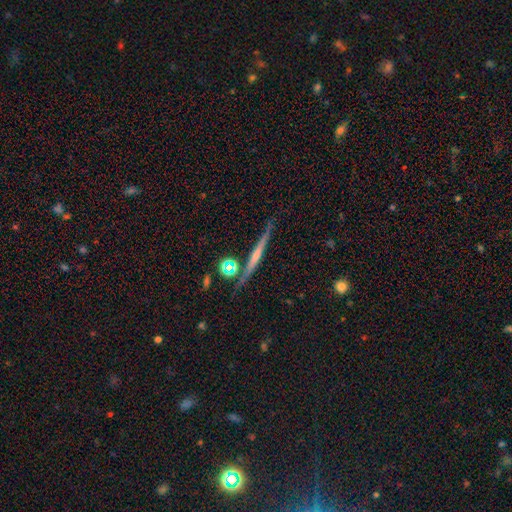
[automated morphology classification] This is possibly a featured or disk galaxy (59%). It is clearly viewed edge-on (92%). Edge-on bulge: possibly rounded (51%). Merging: likely none (79%).